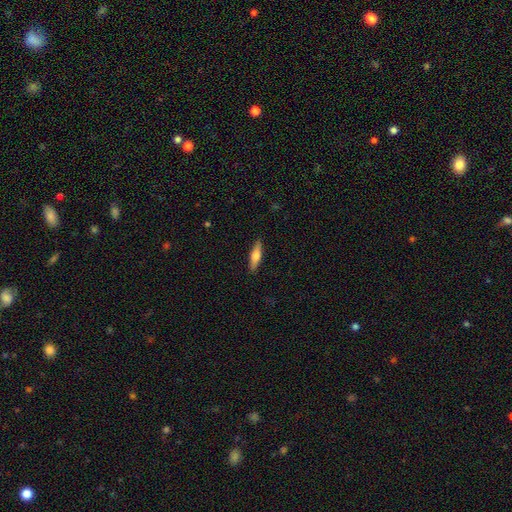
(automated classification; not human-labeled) Smooth or featured: smooth — 51% (featured or disk — 43%)
How rounded: cigar-shaped — 70% (in between — 28%)
Merging: none — 89% (minor disturbance — 8%)